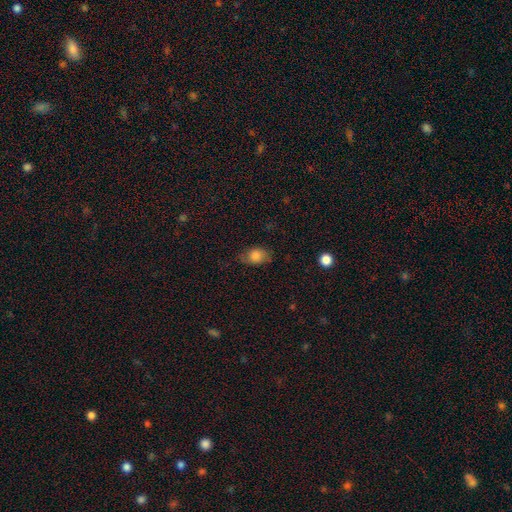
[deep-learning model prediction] smooth 79%, featured or disk 12%, star or artifact 9%. Down the decision tree: how rounded — in between (79%); merging — none (69%).